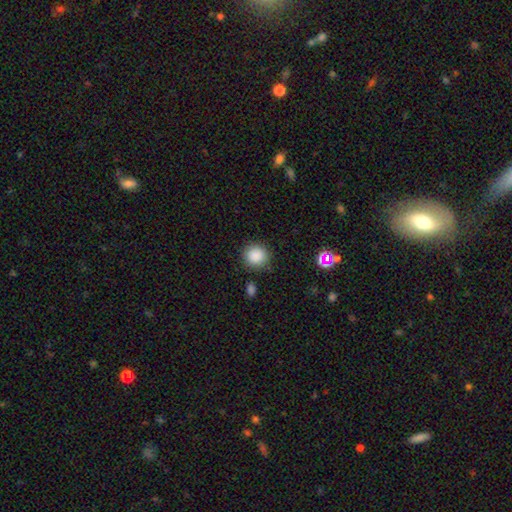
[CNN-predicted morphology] Smooth or featured? Predicted: smooth (p=0.87). How rounded? Predicted: round (p=0.90). Merging? Predicted: none (p=0.85).